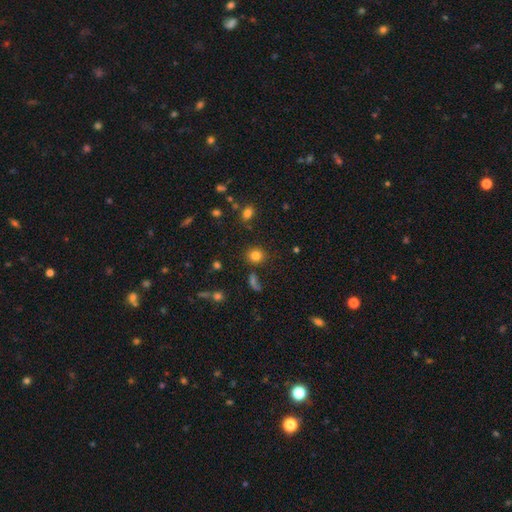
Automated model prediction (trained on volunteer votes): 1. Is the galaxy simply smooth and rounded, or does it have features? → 80% smooth, 13% star or artifact, 6% featured or disk.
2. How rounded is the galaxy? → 86% round, 13% in between, 1% cigar-shaped.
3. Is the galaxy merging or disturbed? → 80% none, 10% minor disturbance, 5% merger, 4% major disturbance.